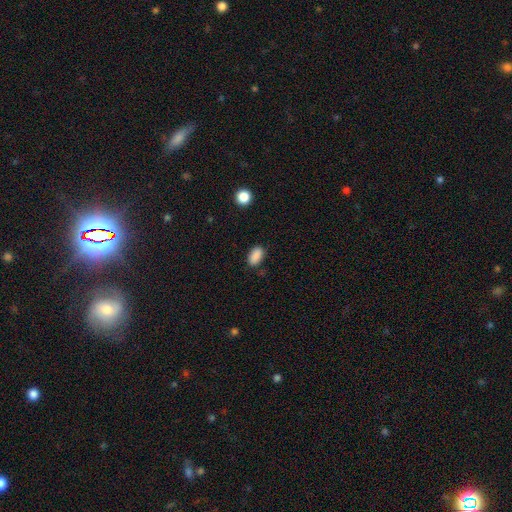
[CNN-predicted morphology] Smooth or featured?
  - smooth: 88% *
  - star or artifact: 9%
  - featured or disk: 3%
How rounded?
  - in between: 92% *
  - round: 5%
  - cigar-shaped: 3%
Merging?
  - none: 84% *
  - minor disturbance: 12%
  - major disturbance: 3%
  - merger: 1%